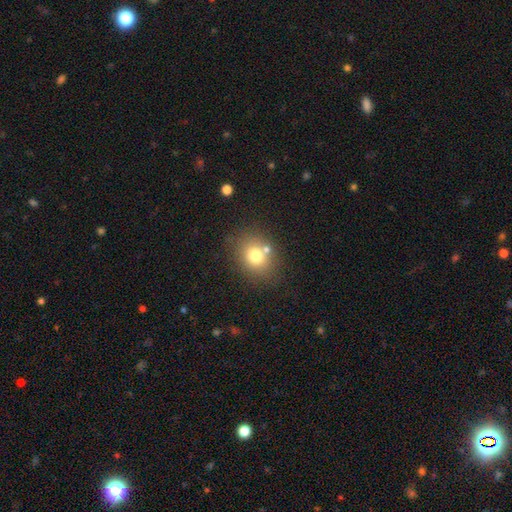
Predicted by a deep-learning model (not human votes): Smooth or featured: smooth — 74% (featured or disk — 13%)
How rounded: round — 59% (in between — 40%)
Merging: none — 72% (minor disturbance — 12%)